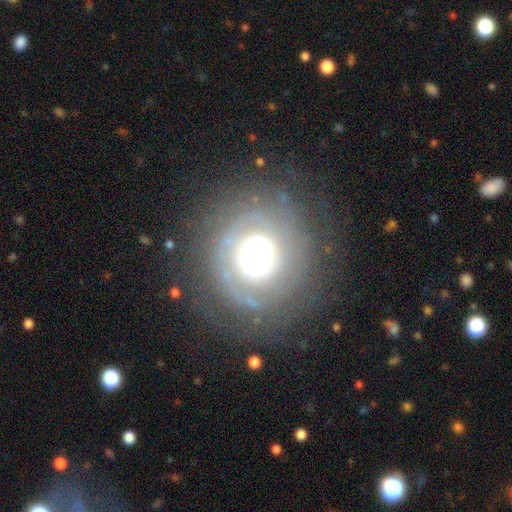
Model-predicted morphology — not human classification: Smooth or featured? featured or disk (68%)
Edge-on disk? no (96%)
Bar? no (61%)
Spiral arms? yes (67%)
Bulge size? large (51%)
Merging? none (66%)